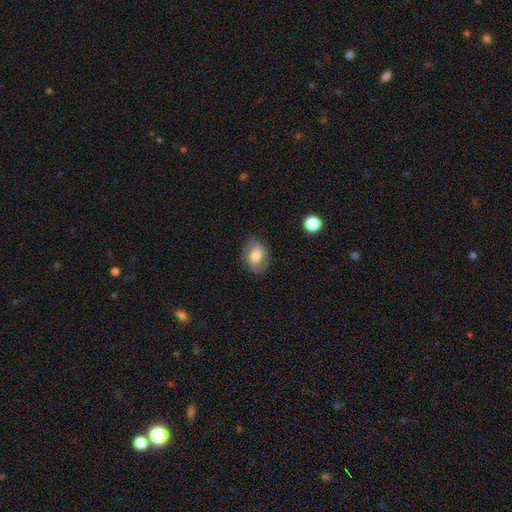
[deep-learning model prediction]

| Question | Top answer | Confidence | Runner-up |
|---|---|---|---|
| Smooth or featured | smooth | 55% | featured or disk (37%) |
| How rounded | in between | 70% | round (28%) |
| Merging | none | 77% | minor disturbance (16%) |